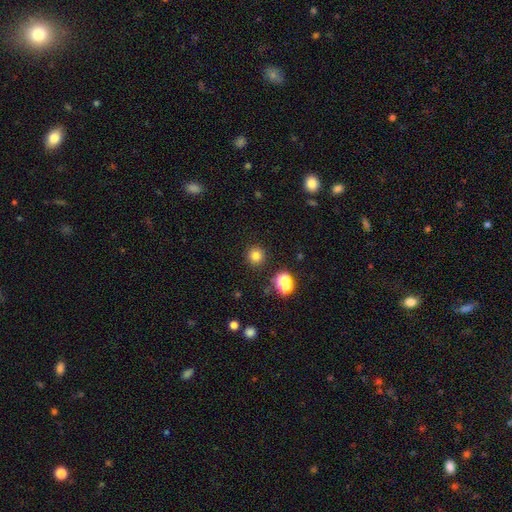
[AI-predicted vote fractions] Smooth or featured: smooth — 79% (star or artifact — 15%)
How rounded: round — 94% (in between — 5%)
Merging: none — 89% (minor disturbance — 6%)